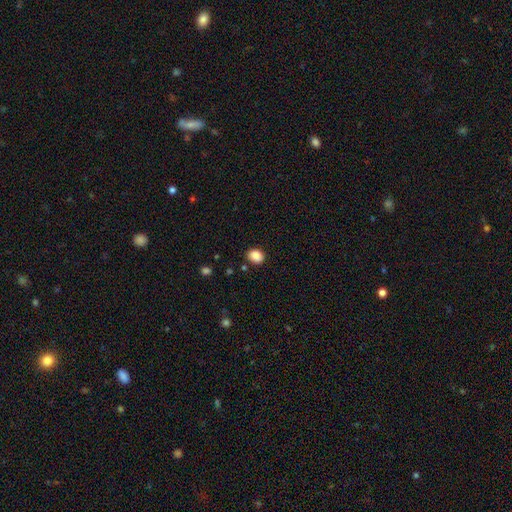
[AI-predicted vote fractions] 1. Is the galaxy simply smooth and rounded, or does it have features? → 88% smooth, 9% star or artifact, 3% featured or disk.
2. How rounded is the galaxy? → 50% round, 49% in between, 1% cigar-shaped.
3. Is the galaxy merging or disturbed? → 83% none, 11% minor disturbance, 3% major disturbance, 2% merger.